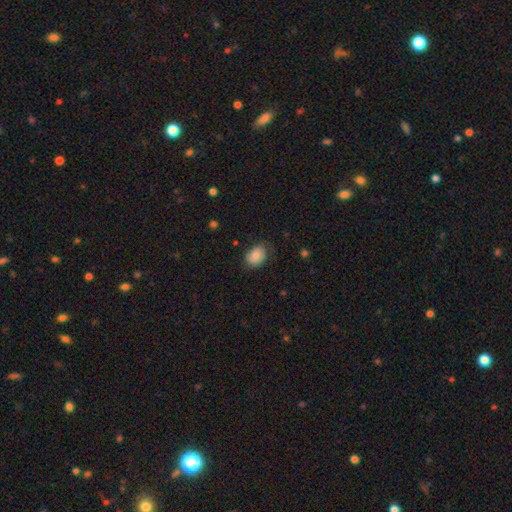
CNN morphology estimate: Overall: smooth (81%). How rounded: in between (67%; round 32%). Merging: none (70%).